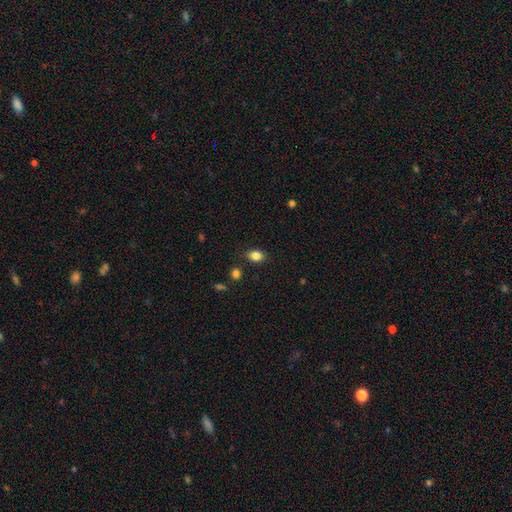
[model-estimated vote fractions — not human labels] This appears to be a smooth galaxy with no disk features (84%) that is in between round and cigar-shaped (73%). Merging: none (84%).